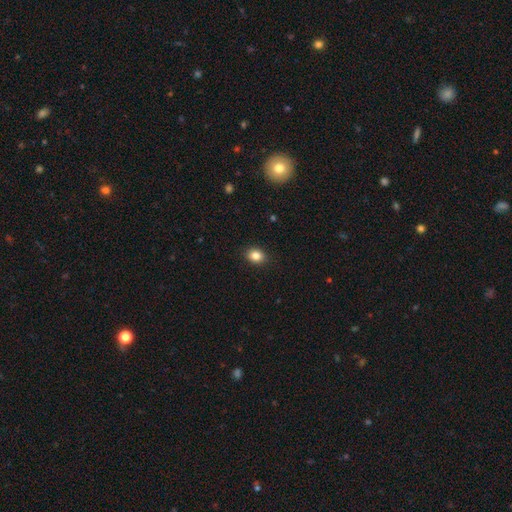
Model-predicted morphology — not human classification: smooth-or-featured: smooth: 85% | star or artifact: 10% | featured or disk: 5%
  how-rounded: in between: 53% | round: 46% | cigar-shaped: 1%
  merging: none: 90% | minor disturbance: 7% | major disturbance: 2% | merger: 1%